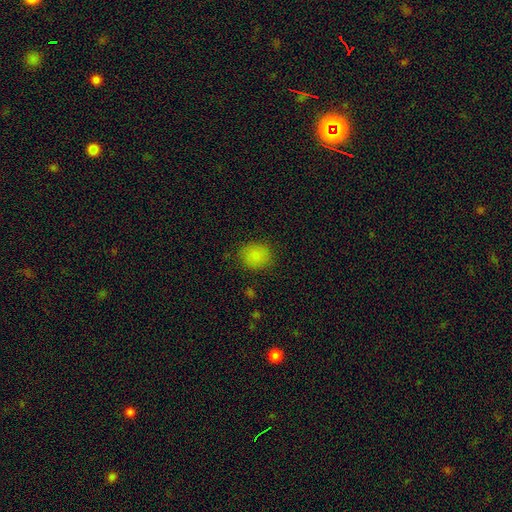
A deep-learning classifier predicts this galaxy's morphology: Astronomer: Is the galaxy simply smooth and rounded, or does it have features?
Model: smooth — 84%.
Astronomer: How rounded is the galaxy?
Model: round — 77%.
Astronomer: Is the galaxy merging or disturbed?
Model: none — 81%.